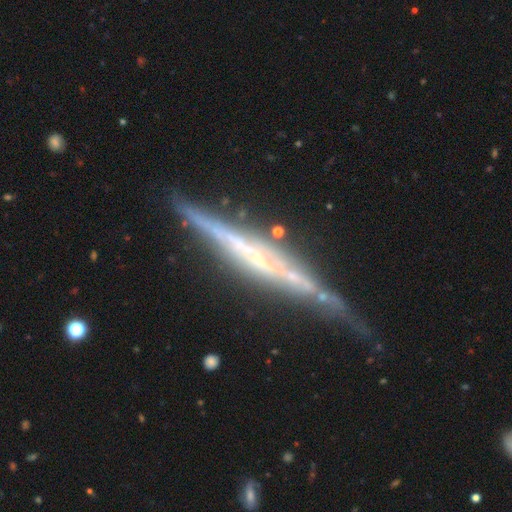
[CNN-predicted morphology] Overall: featured or disk (84%). Edge-on disk: yes (97%). Edge-on bulge: none (56%; rounded 28%). Merging: none (73%).